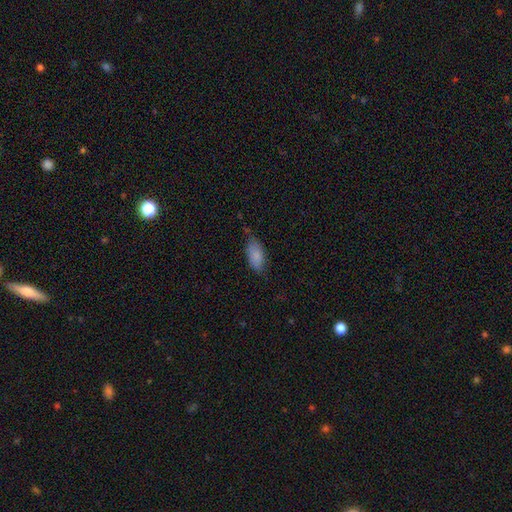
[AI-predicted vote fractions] Morphology: type=smooth (83%); roundness=in between (89%); merging=none (59%).